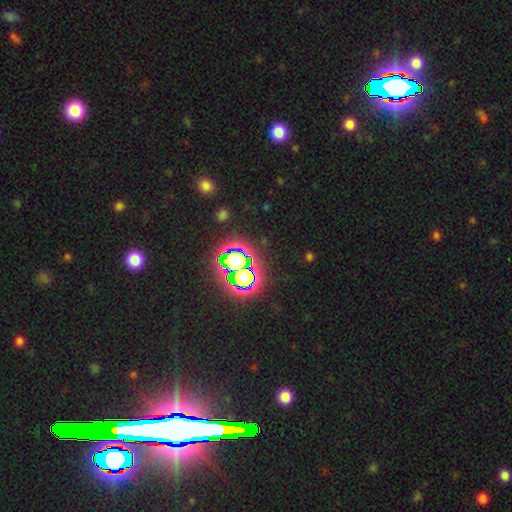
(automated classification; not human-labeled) Overall: star or artifact (83%).